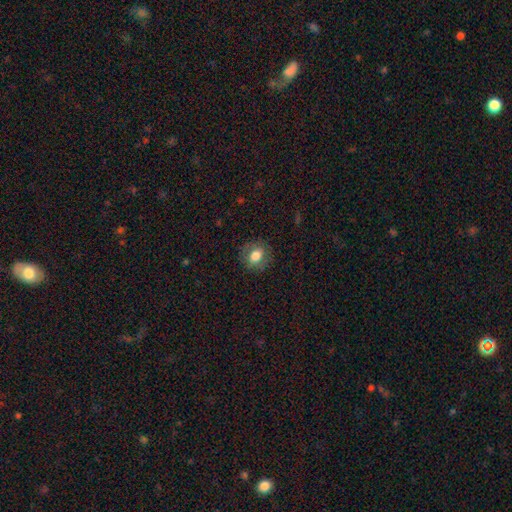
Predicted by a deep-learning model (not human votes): Overall: smooth (75%). How rounded: round (60%; in between 38%). Merging: none (83%).